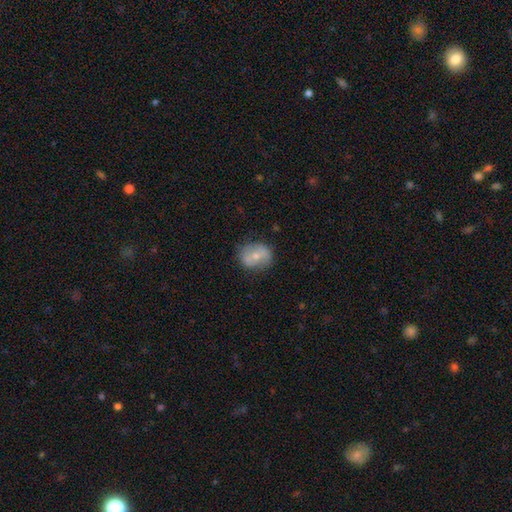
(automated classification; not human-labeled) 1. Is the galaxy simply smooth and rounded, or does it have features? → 54% smooth, 38% featured or disk, 8% star or artifact.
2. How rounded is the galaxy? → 54% round, 44% in between, 1% cigar-shaped.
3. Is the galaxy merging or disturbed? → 73% none, 19% minor disturbance, 5% major disturbance, 3% merger.